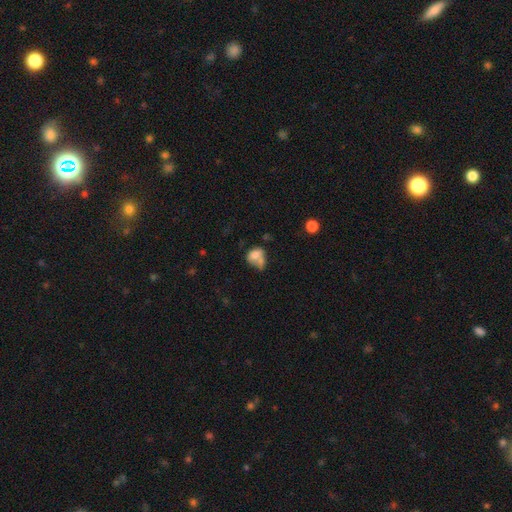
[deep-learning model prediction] smooth-or-featured: smooth: 71% | featured or disk: 19% | star or artifact: 11%
  how-rounded: in between: 64% | round: 35% | cigar-shaped: 1%
  merging: merger: 52% | none: 21% | minor disturbance: 14% | major disturbance: 13%